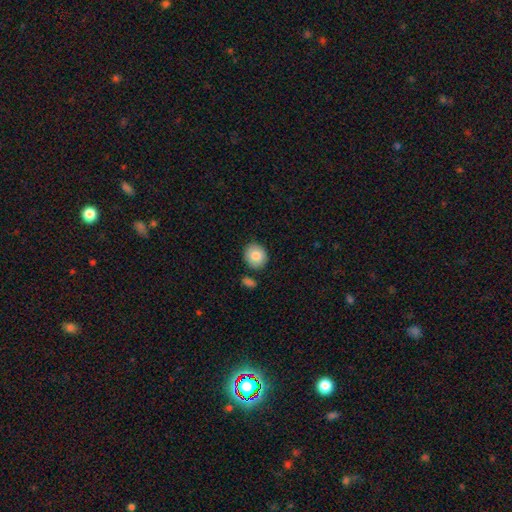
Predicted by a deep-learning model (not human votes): smooth 84%, featured or disk 9%, star or artifact 8%. Down the decision tree: how rounded — round (79%); merging — none (82%).